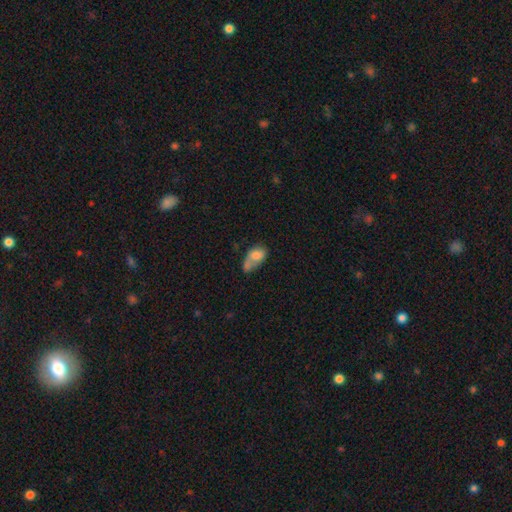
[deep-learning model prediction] Smooth or featured? smooth (71%)
How rounded? in between (86%)
Merging? merger (30%)